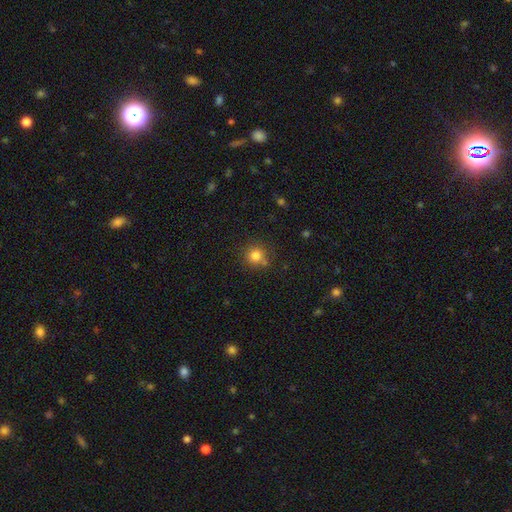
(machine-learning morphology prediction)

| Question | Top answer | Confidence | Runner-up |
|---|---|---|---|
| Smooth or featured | smooth | 81% | star or artifact (13%) |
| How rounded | round | 92% | in between (8%) |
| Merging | none | 78% | minor disturbance (12%) |